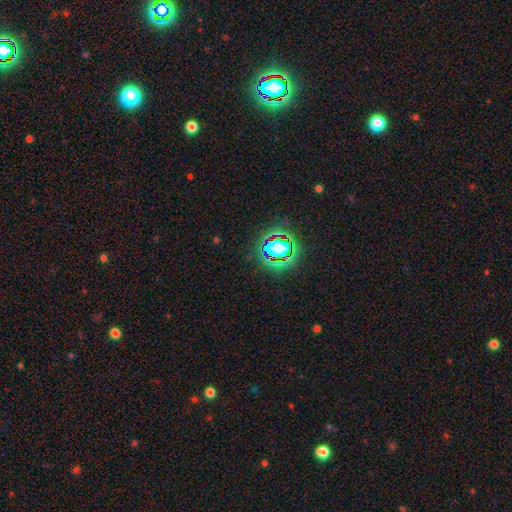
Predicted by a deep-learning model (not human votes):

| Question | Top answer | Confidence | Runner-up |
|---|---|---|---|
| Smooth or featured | star or artifact | 81% | smooth (11%) |